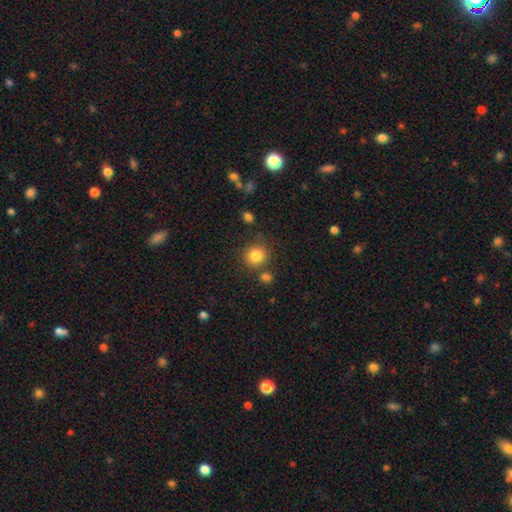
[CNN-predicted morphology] Overall: smooth (84%). How rounded: round (86%). Merging: none (76%).